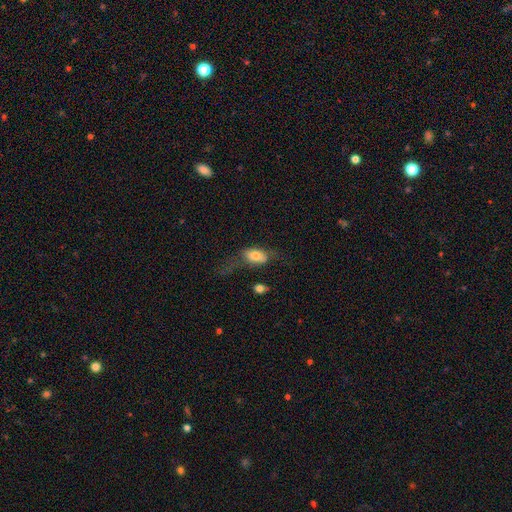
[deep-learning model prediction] Smooth or featured? smooth (67%)
How rounded? in between (86%)
Merging? none (36%)